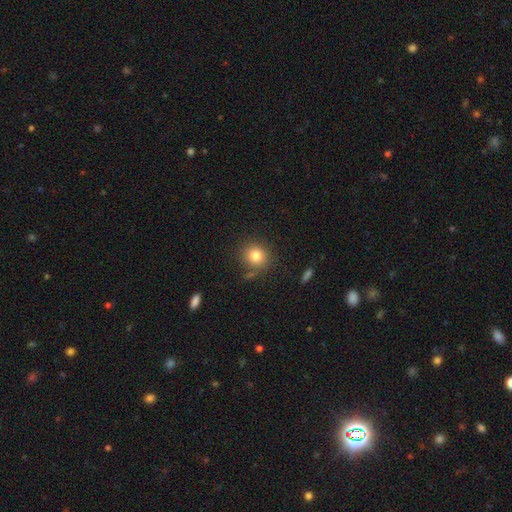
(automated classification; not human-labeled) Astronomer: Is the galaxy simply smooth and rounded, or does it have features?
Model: smooth — 81%.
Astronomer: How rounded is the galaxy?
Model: round — 86%.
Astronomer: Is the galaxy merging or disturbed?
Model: none — 79%.